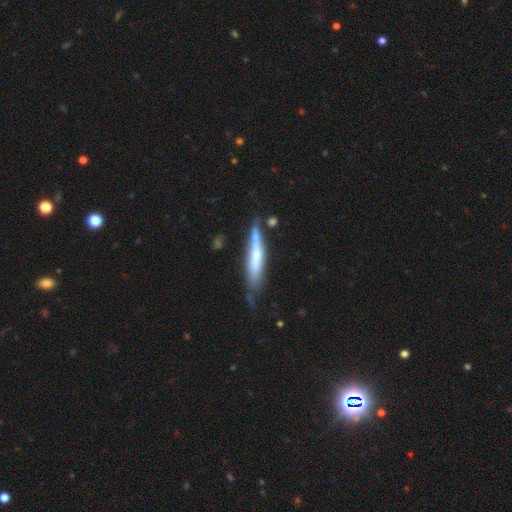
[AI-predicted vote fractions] Morphology: type=featured or disk (50%); edge-on=yes (79%); merging=none (55%).